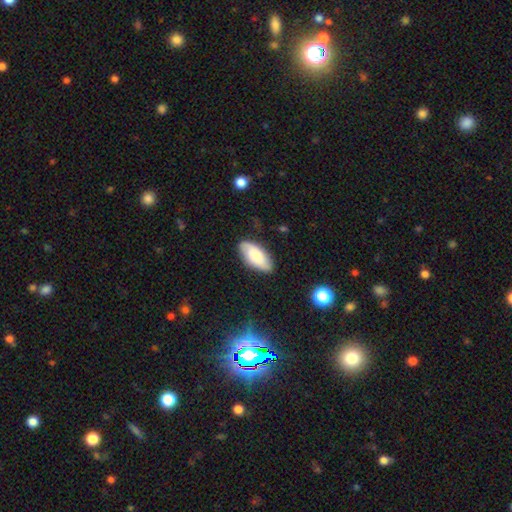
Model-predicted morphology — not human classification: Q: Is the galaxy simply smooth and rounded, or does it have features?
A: smooth — 67%.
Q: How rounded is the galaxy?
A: in between — 90%.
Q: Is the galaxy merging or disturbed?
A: none — 82%.